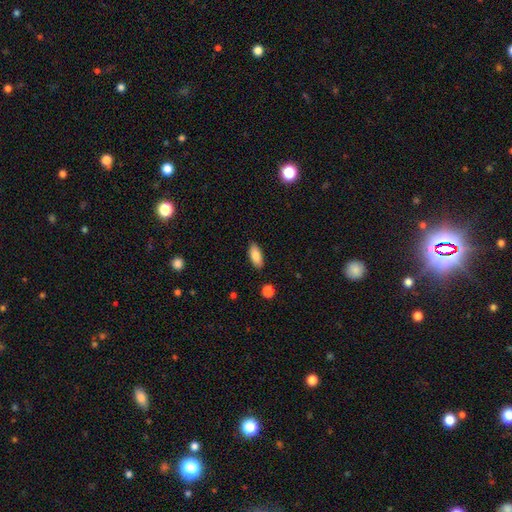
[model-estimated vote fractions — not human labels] Smooth or featured: smooth — 85% (featured or disk — 8%)
How rounded: in between — 86% (cigar-shaped — 12%)
Merging: none — 88% (minor disturbance — 9%)